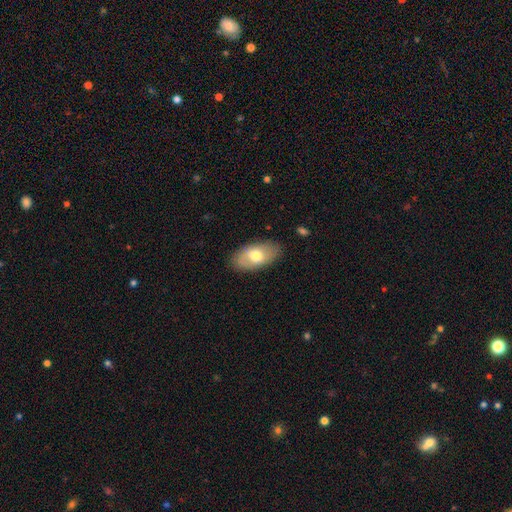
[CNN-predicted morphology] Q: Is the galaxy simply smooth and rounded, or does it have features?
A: smooth — 66%.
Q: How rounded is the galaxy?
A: in between — 93%.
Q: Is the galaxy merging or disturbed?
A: none — 84%.